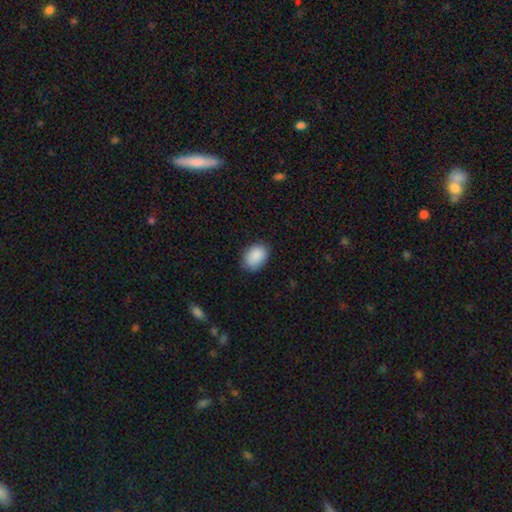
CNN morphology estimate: This appears to be a smooth galaxy with no disk features (90%) that is in between round and cigar-shaped (79%). Merging: none (83%).